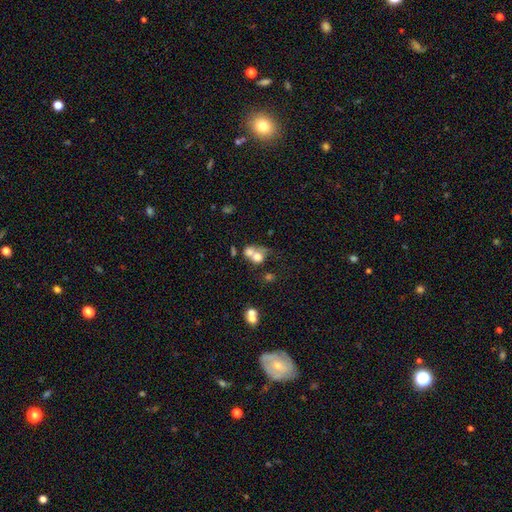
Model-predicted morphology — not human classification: Smooth or featured? Predicted: smooth (p=0.68). How rounded? Predicted: round (p=0.65). Merging? Predicted: merger (p=0.63).